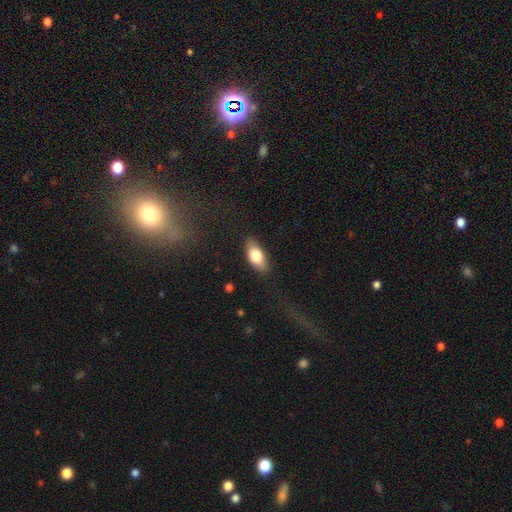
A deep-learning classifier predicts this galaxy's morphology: This is likely a smooth galaxy (74%). How rounded: clearly in between (84%). Merging: clearly none (83%).